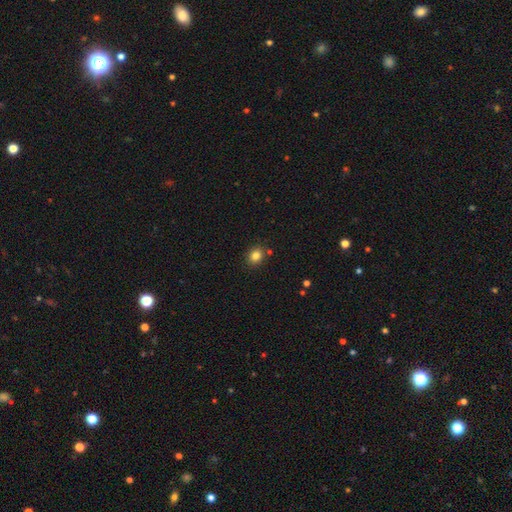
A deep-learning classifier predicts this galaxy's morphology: Smooth or featured? Predicted: smooth (p=0.83). How rounded? Predicted: round (p=0.70). Merging? Predicted: none (p=0.85).